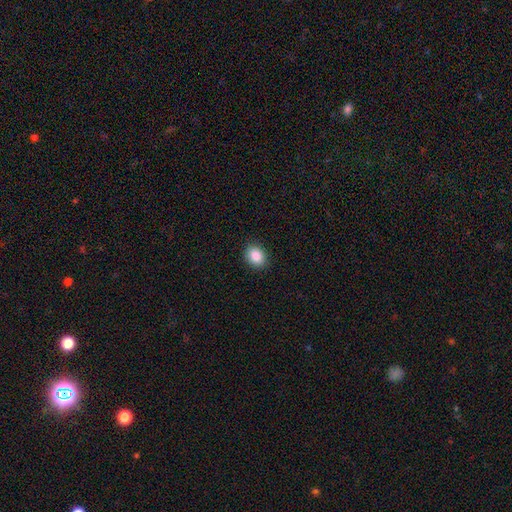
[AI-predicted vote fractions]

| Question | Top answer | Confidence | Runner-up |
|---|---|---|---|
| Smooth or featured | smooth | 88% | star or artifact (8%) |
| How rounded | in between | 55% | round (44%) |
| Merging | none | 90% | minor disturbance (7%) |